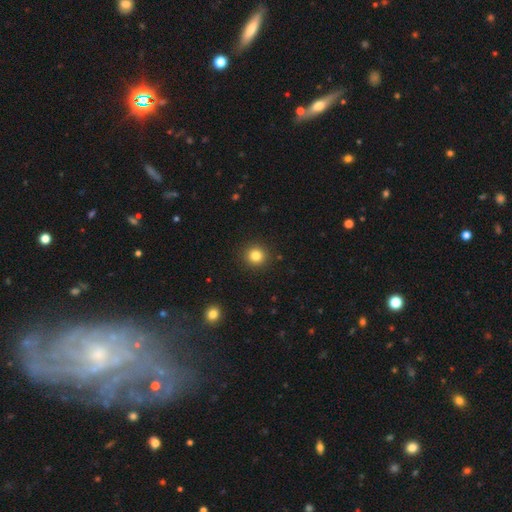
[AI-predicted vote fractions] This is clearly a smooth galaxy (83%). How rounded: clearly round (93%). Merging: clearly none (92%).